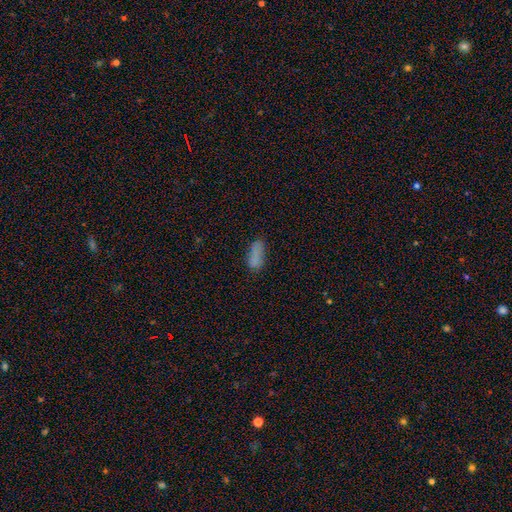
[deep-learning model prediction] smooth-or-featured: smooth: 80% | star or artifact: 12% | featured or disk: 8%
  how-rounded: in between: 73% | cigar-shaped: 24% | round: 3%
  merging: none: 67% | minor disturbance: 21% | major disturbance: 8% | merger: 5%